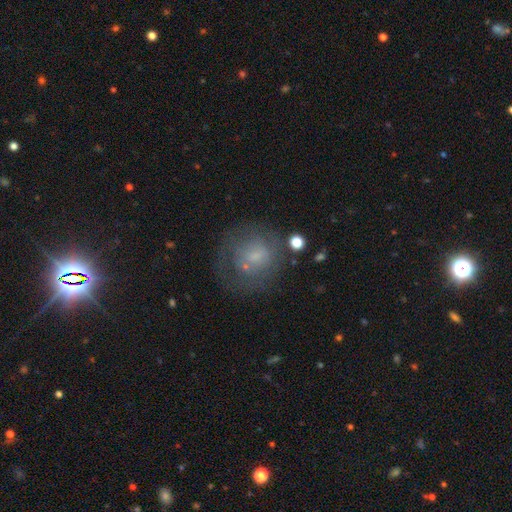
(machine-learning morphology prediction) A smooth galaxy with no disk features (47%). Merging: none (56%).